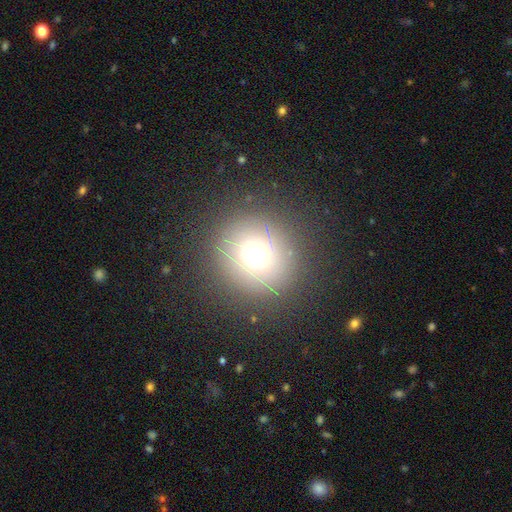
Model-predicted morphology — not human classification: Smooth or featured? Predicted: smooth (p=0.69). How rounded? Predicted: round (p=0.93). Merging? Predicted: none (p=0.89).